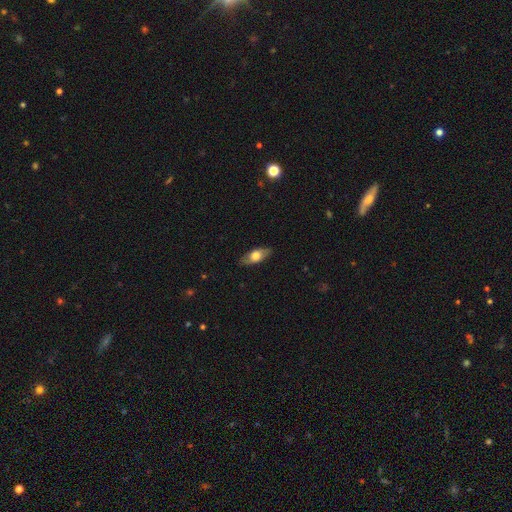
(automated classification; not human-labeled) This is possibly a smooth galaxy (59%). How rounded: likely in between (80%). Merging: clearly none (85%).